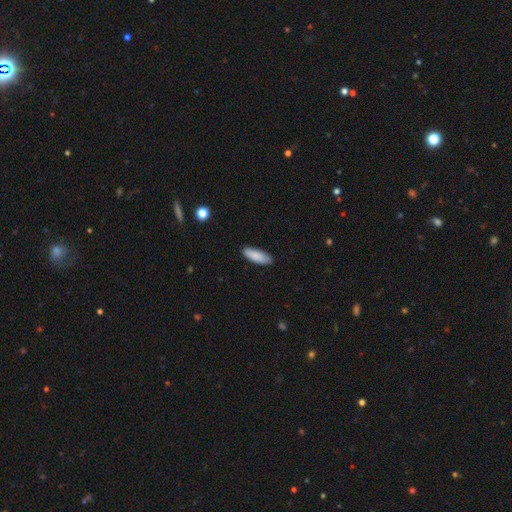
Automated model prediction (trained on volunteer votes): Smooth or featured: smooth — 86% (featured or disk — 8%)
How rounded: in between — 59% (cigar-shaped — 39%)
Merging: none — 88% (minor disturbance — 9%)